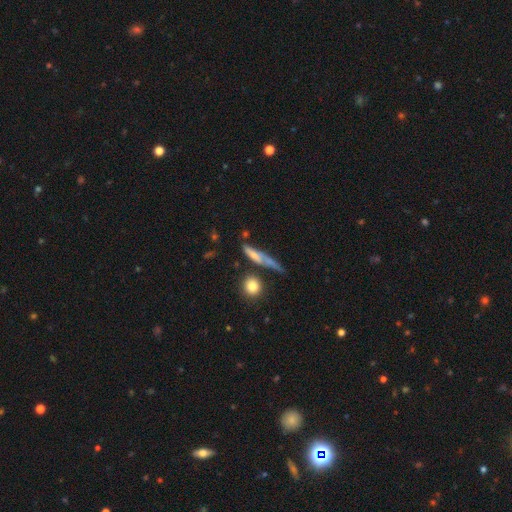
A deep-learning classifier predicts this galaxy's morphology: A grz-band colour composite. It shows a smooth galaxy with no disk features (56%) that is cigar-shaped (72%). Merging: none (41%).